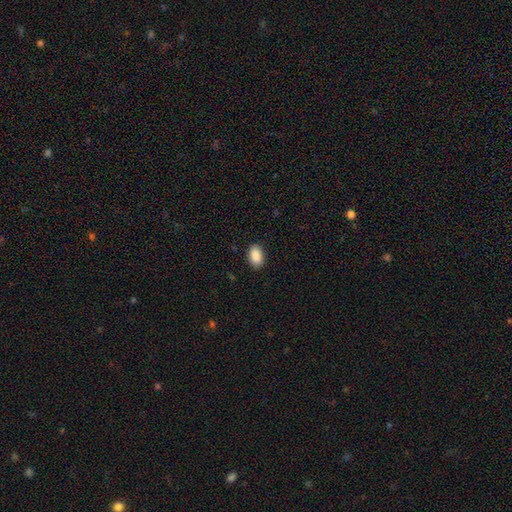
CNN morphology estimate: Overall: smooth (90%). How rounded: in between (92%). Merging: none (89%).